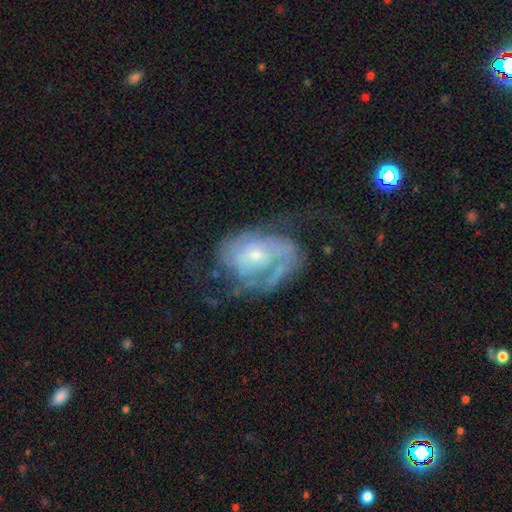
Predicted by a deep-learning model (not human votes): Overall: featured or disk (79%). Edge-on disk: no (97%). Bar: no (72%). Spiral arms: yes (86%). Spiral arm count: 2 (41%; can't tell 28%). Spiral winding: tight (40%; medium 39%). Bulge size: small (61%; moderate 32%). Merging: none (44%; major disturbance 31%).